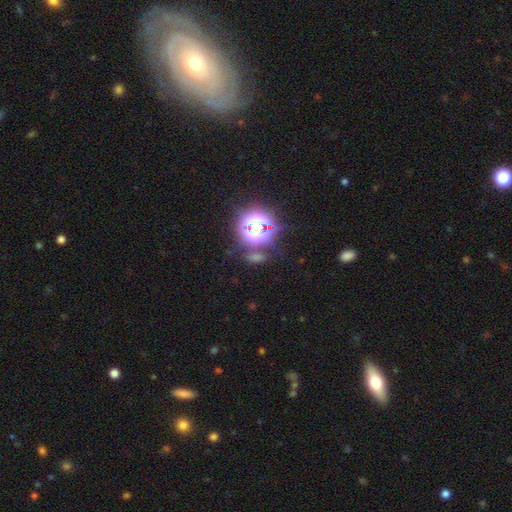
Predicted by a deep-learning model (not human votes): Morphology: type=star or artifact (70%).